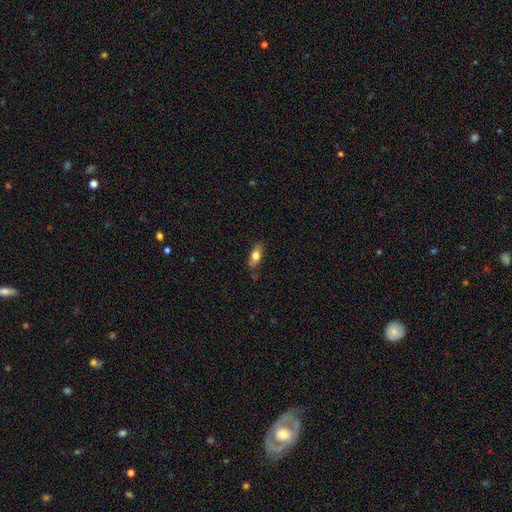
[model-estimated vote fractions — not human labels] smooth 69%, featured or disk 24%, star or artifact 7%. Down the decision tree: how rounded — in between (75%); merging — none (76%).